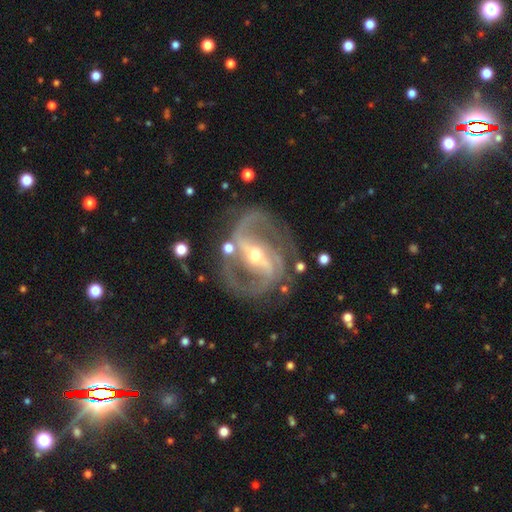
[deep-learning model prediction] Overall: featured or disk (92%). Edge-on disk: no (97%). Bar: strong (66%). Spiral arms: yes (98%). Spiral arm count: 2 (84%). Spiral winding: medium (57%; tight 27%). Bulge size: moderate (48%, tied with small). Merging: none (75%).